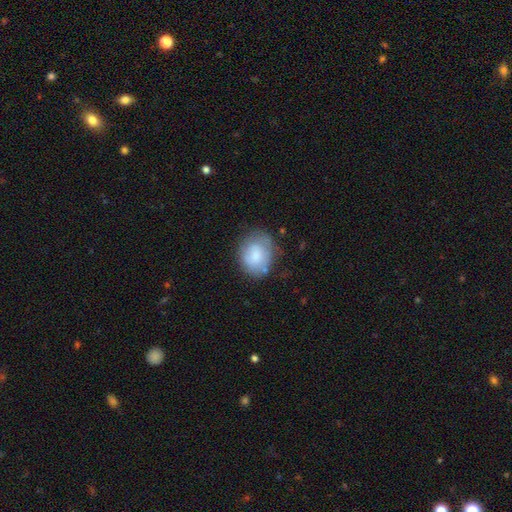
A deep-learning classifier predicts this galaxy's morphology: smooth-or-featured: smooth: 72% | featured or disk: 21% | star or artifact: 7%
  how-rounded: round: 56% | in between: 43% | cigar-shaped: 1%
  merging: none: 60% | minor disturbance: 26% | major disturbance: 10% | merger: 3%